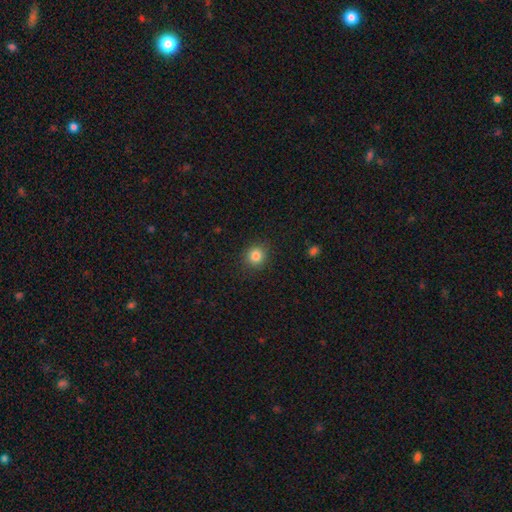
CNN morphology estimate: This is clearly a smooth galaxy (83%). How rounded: clearly round (86%). Merging: clearly none (89%).